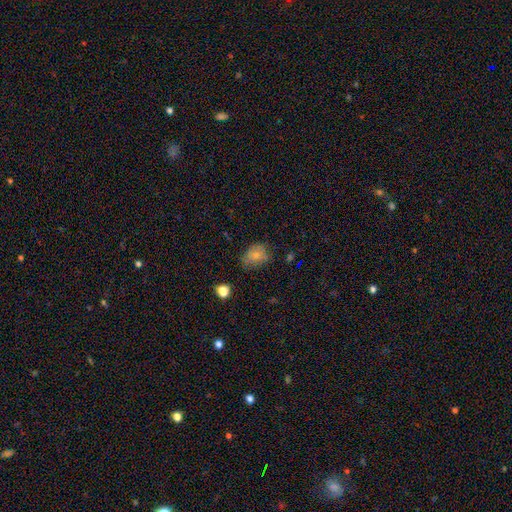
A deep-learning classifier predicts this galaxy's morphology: smooth_or_featured: smooth (p=0.74) [alt: featured or disk p=0.15]
how_rounded: in between (p=0.60) [alt: round p=0.39]
merging: none (p=0.58) [alt: minor disturbance p=0.30]